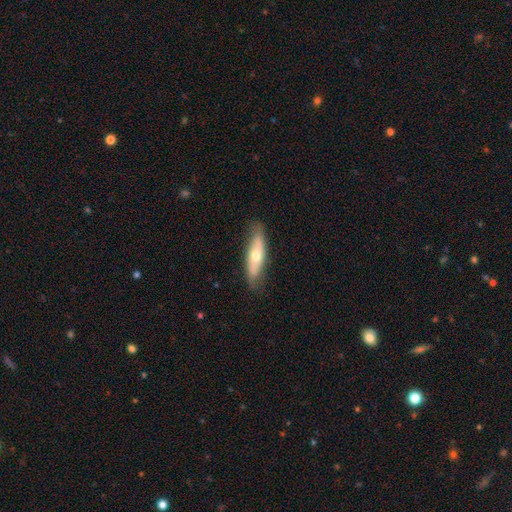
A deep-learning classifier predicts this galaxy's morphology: Q: Smooth or featured?
A: smooth (50%); runner-up: featured or disk (44%)
Q: How rounded?
A: cigar-shaped (59%); runner-up: in between (38%)
Q: Merging?
A: none (79%); runner-up: minor disturbance (16%)